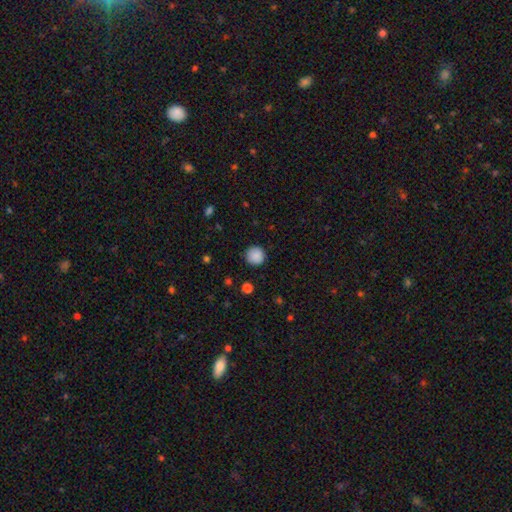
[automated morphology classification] Smooth or featured?
  - smooth: 88% *
  - star or artifact: 9%
  - featured or disk: 3%
How rounded?
  - round: 95% *
  - in between: 4%
  - cigar-shaped: 1%
Merging?
  - none: 89% *
  - minor disturbance: 8%
  - major disturbance: 2%
  - merger: 1%